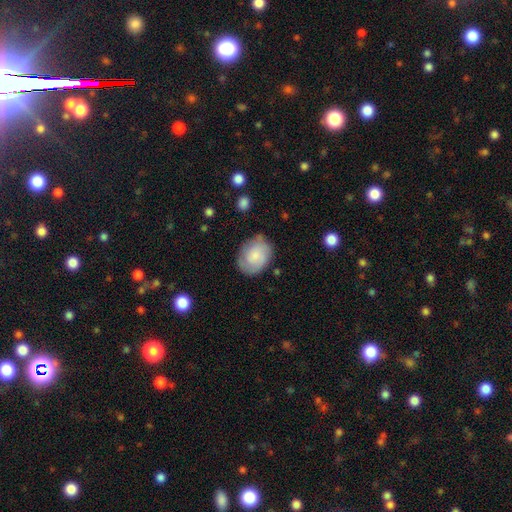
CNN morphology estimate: smooth_or_featured: smooth (p=0.70) [alt: featured or disk p=0.23]
how_rounded: in between (p=0.63) [alt: round p=0.36]
merging: none (p=0.68) [alt: minor disturbance p=0.23]